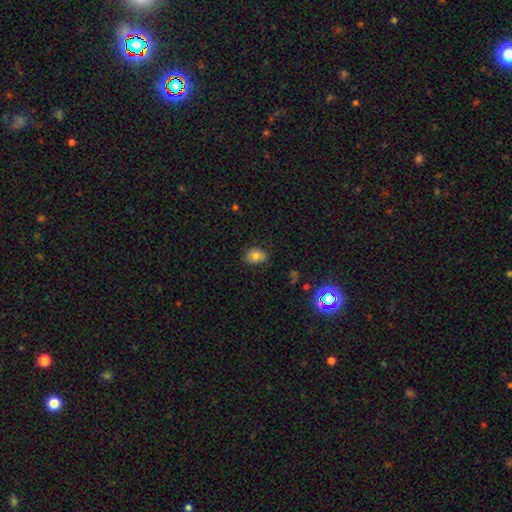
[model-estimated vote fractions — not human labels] A smooth galaxy with no disk features (77%) that is in between round and cigar-shaped (72%).

Vote fractions:
- Smooth or featured? smooth: 77% / star or artifact: 12% / featured or disk: 10%
- How rounded? in between: 72% / round: 27% / cigar-shaped: 1%
- Merging? none: 75% / minor disturbance: 20% / major disturbance: 4% / merger: 2%